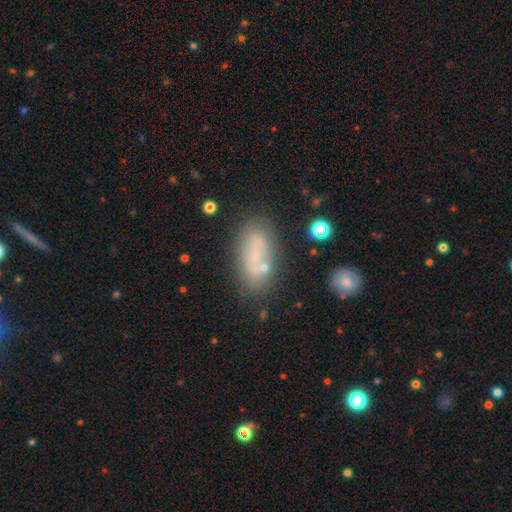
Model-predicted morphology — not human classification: The model was most divided on "smooth or featured": smooth: 61%, featured or disk: 26%, star or artifact: 12%. More confident: how rounded — in between (83%); merging — none (61%).